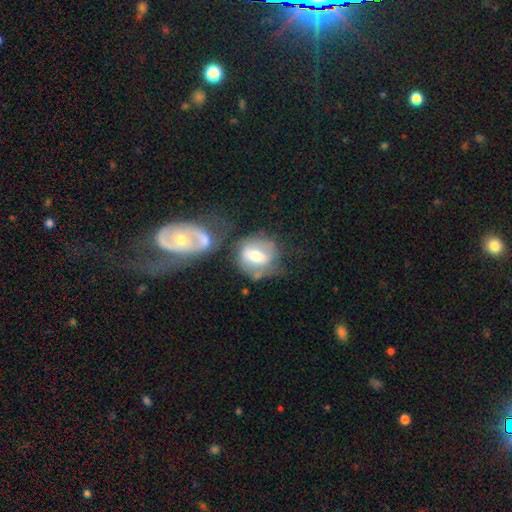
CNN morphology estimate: The model was most divided on "merging": merger: 38%, none: 32%, minor disturbance: 15%, major disturbance: 15%. More confident: edge-on disk — no (92%); smooth or featured — featured or disk (52%).